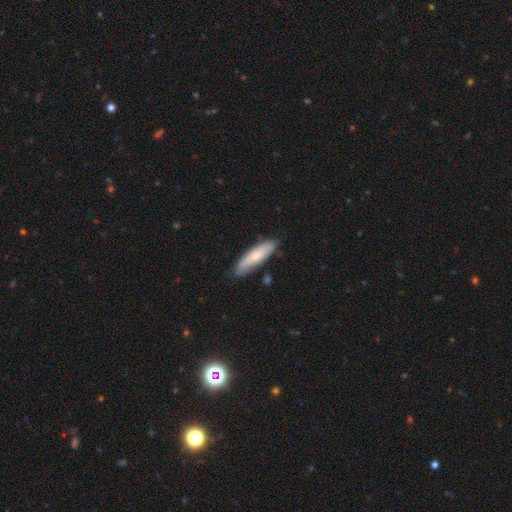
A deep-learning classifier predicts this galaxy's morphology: A smooth galaxy with no disk features (71%) that is cigar-shaped (67%). Merging: none (79%).